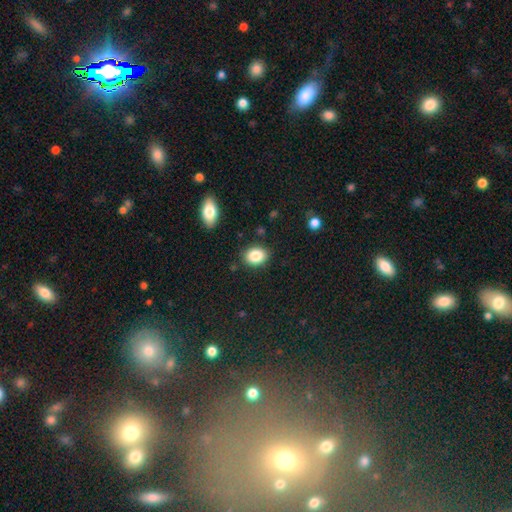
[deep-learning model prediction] Smooth or featured? smooth (86%)
How rounded? in between (59%)
Merging? none (85%)